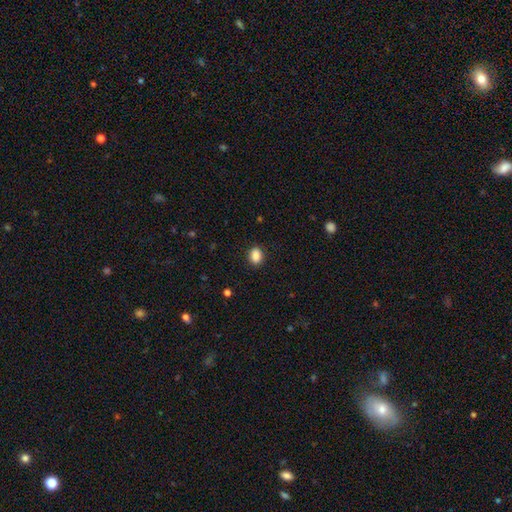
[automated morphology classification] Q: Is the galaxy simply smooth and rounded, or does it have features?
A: smooth — 88%.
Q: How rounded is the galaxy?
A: in between — 69%.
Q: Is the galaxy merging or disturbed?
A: none — 89%.